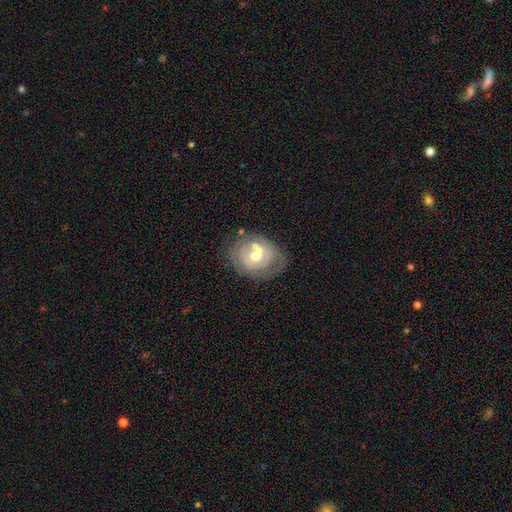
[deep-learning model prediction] This is possibly a featured or disk galaxy (55%). It is clearly not viewed edge-on (95%). Bar: likely no (75%). Spiral arm pattern: likely no (64%). Central bulge: likely moderate (68%). Merging: possibly none (53%).